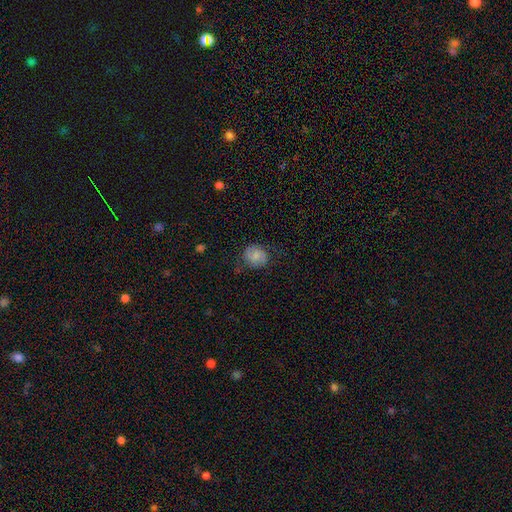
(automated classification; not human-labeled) A smooth galaxy with no disk features (61%) that is round (71%).

Vote fractions:
- Smooth or featured? smooth: 61% / featured or disk: 31% / star or artifact: 8%
- How rounded? round: 71% / in between: 28% / cigar-shaped: 1%
- Merging? none: 68% / minor disturbance: 22% / major disturbance: 8% / merger: 2%